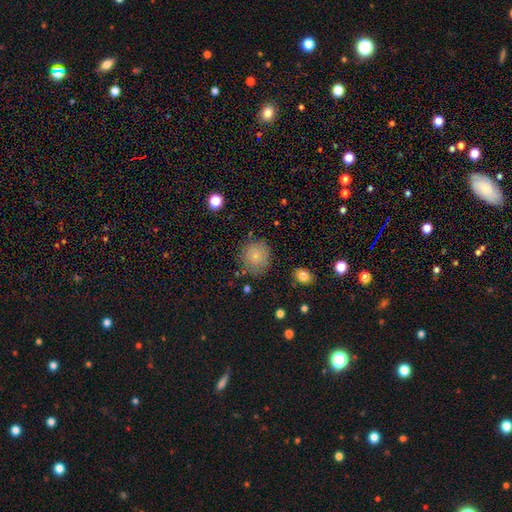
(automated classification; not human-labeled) This appears to be a smooth galaxy with no disk features (78%) that is round (87%). Merging: none (79%).